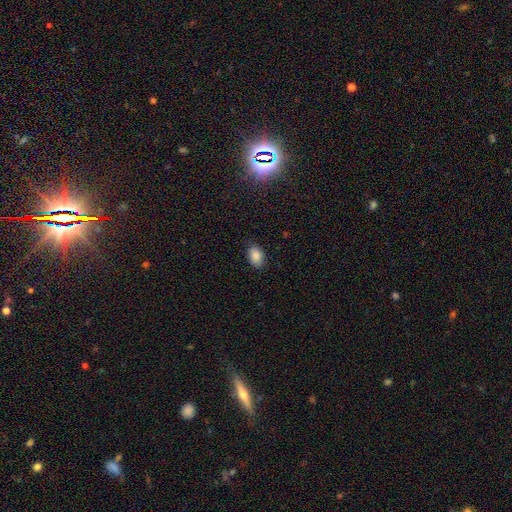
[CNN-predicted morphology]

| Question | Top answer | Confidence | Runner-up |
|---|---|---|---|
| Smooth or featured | smooth | 87% | star or artifact (8%) |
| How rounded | in between | 89% | round (10%) |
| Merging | none | 85% | minor disturbance (12%) |